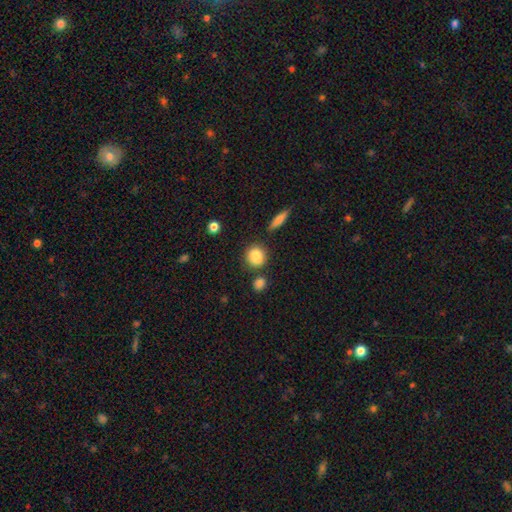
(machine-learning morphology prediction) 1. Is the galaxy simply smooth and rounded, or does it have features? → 86% smooth, 8% star or artifact, 6% featured or disk.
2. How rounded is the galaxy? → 76% round, 22% in between, 2% cigar-shaped.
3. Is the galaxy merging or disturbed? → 76% none, 11% minor disturbance, 10% merger, 3% major disturbance.